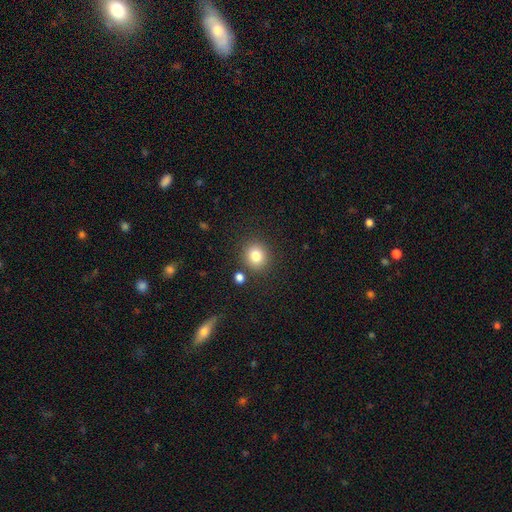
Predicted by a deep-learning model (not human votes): Smooth or featured? Predicted: smooth (p=0.82). How rounded? Predicted: round (p=0.86). Merging? Predicted: none (p=0.85).